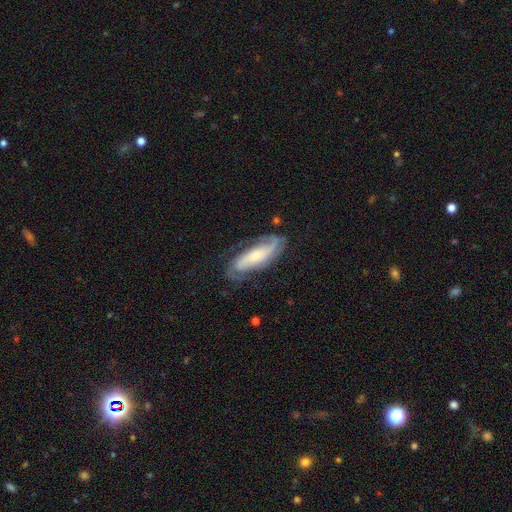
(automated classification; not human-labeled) Smooth or featured: featured or disk — 77% (smooth — 17%)
Edge-on disk: no — 87% (yes — 13%)
Bar: no — 56% (weak — 26%)
Spiral arms: yes — 93% (no — 7%)
Spiral winding: medium — 39% (tied with tight — 39%)
Spiral arm count: 2 — 67% (can't tell — 17%)
Bulge size: small — 61% (moderate — 32%)
Merging: none — 70% (minor disturbance — 19%)